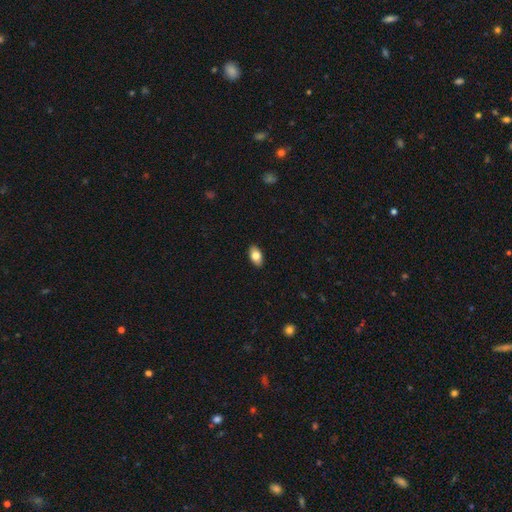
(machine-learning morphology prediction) Overall: smooth (81%). How rounded: in between (92%). Merging: none (89%).